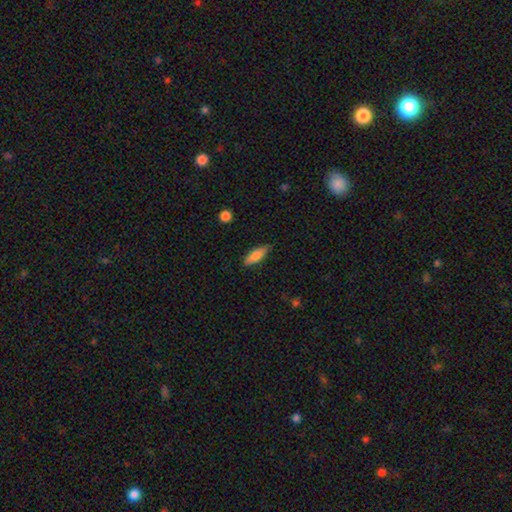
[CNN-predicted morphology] This appears to be a smooth galaxy with no disk features (75%) that is in between round and cigar-shaped (51%). Merging: none (82%).